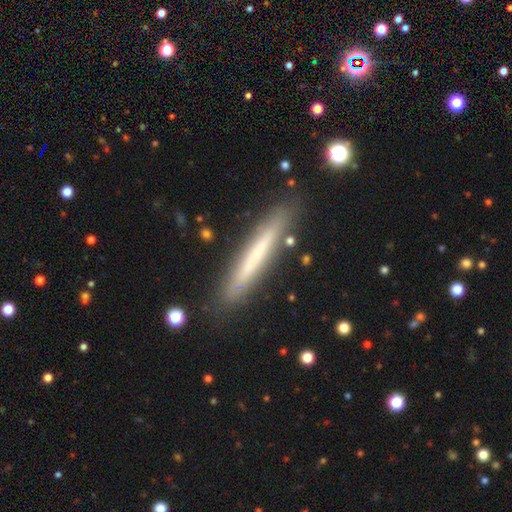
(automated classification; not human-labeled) A smooth galaxy with no disk features (55%) that is cigar-shaped (96%).

Vote fractions:
- Smooth or featured? smooth: 55% / featured or disk: 38% / star or artifact: 7%
- How rounded? cigar-shaped: 96% / in between: 3% / round: 1%
- Merging? none: 87% / minor disturbance: 9% / merger: 2% / major disturbance: 2%